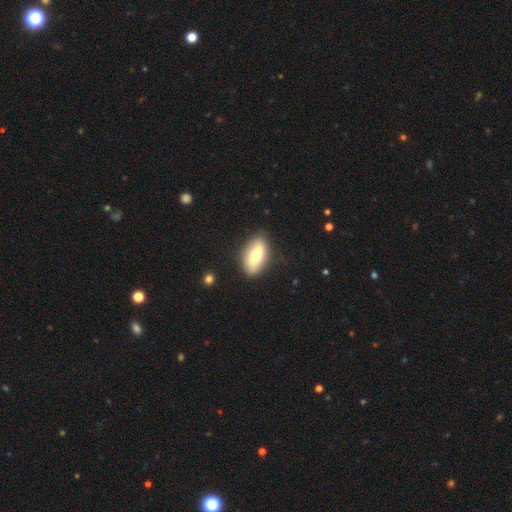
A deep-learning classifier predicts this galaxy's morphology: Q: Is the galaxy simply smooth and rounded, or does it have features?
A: smooth — 59%.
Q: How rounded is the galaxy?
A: in between — 87%.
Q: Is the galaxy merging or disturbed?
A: none — 83%.